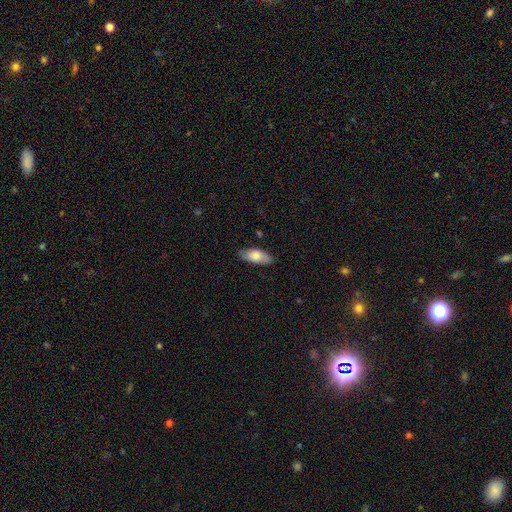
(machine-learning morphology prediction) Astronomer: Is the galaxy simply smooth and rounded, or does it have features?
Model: smooth — 75%.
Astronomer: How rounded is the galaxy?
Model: in between — 83%.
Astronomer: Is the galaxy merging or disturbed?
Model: none — 84%.